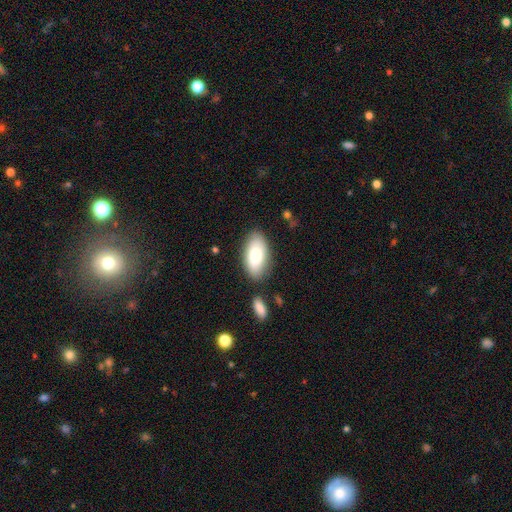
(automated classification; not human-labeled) Morphology: type=smooth (79%); roundness=in between (93%); merging=none (79%).